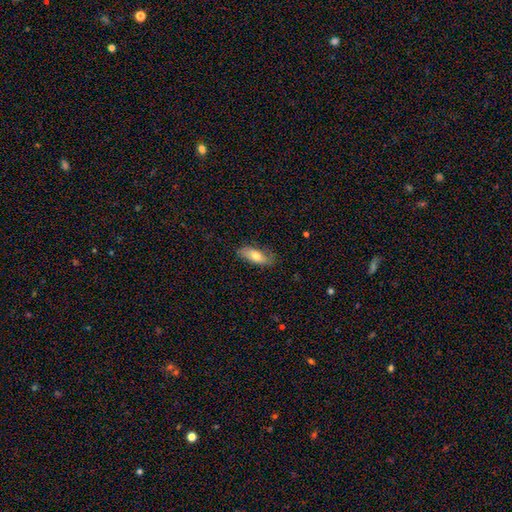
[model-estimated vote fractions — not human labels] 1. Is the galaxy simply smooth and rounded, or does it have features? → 70% smooth, 24% featured or disk, 6% star or artifact.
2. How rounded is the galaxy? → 76% in between, 21% cigar-shaped, 3% round.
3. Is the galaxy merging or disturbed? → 78% none, 18% minor disturbance, 3% major disturbance, 1% merger.